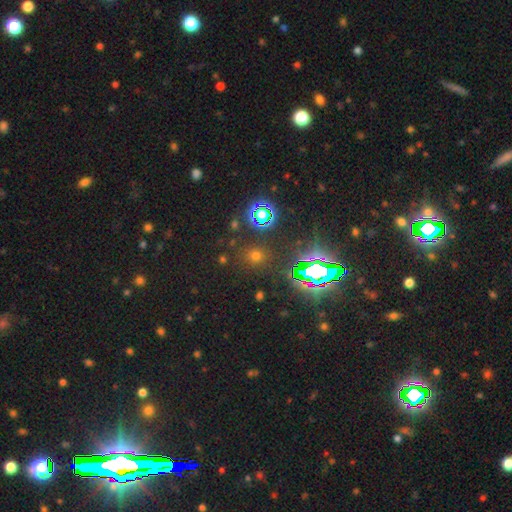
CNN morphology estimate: Smooth or featured? Predicted: smooth (p=0.54). How rounded? Predicted: round (p=0.87). Merging? Predicted: none (p=0.86).